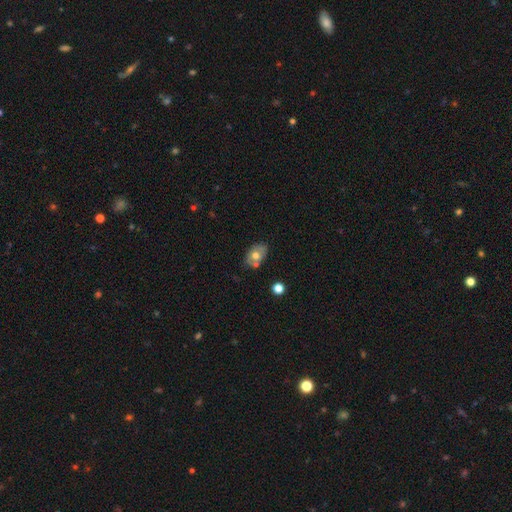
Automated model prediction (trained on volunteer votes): This appears to be a smooth galaxy with no disk features (57%) that is in between round and cigar-shaped (79%). Merging: none (65%).